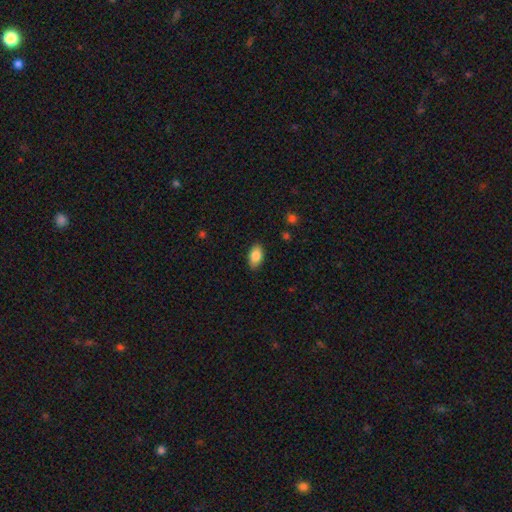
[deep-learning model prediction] Overall: smooth (85%). How rounded: in between (92%). Merging: none (86%).